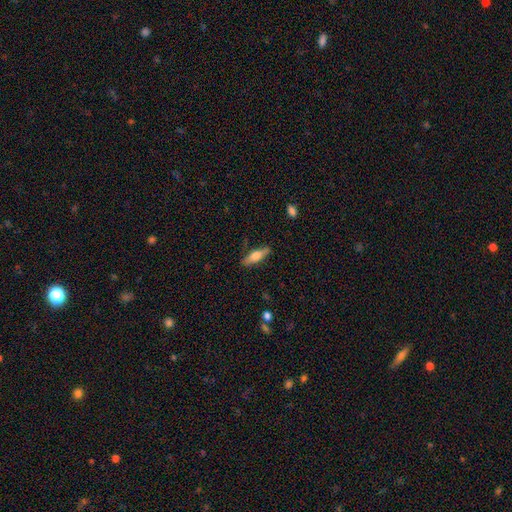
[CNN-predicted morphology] Smooth or featured?
  - smooth: 60% *
  - featured or disk: 34%
  - star or artifact: 6%
How rounded?
  - cigar-shaped: 53% *
  - in between: 44%
  - round: 2%
Merging?
  - none: 84% *
  - minor disturbance: 12%
  - major disturbance: 3%
  - merger: 2%